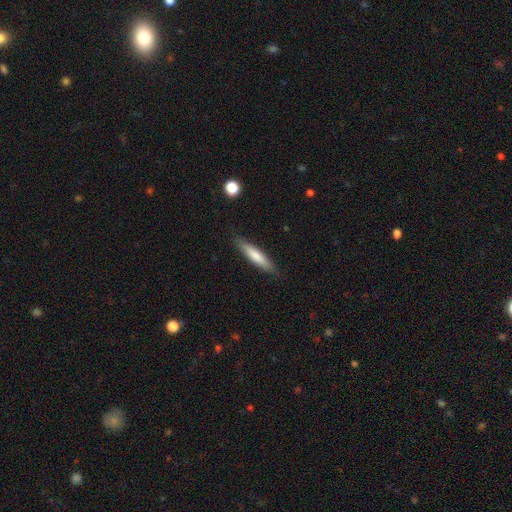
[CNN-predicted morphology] This appears to be a smooth galaxy with no disk features (73%) that is cigar-shaped (86%). Merging: none (87%).